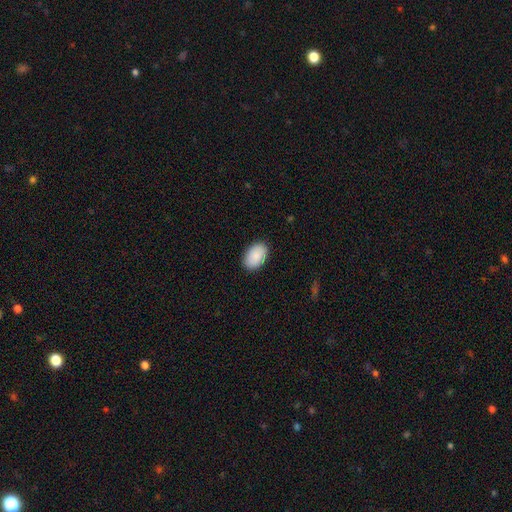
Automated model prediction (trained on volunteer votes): smooth 90%, star or artifact 6%, featured or disk 4%. Down the decision tree: how rounded — in between (90%); merging — none (88%).